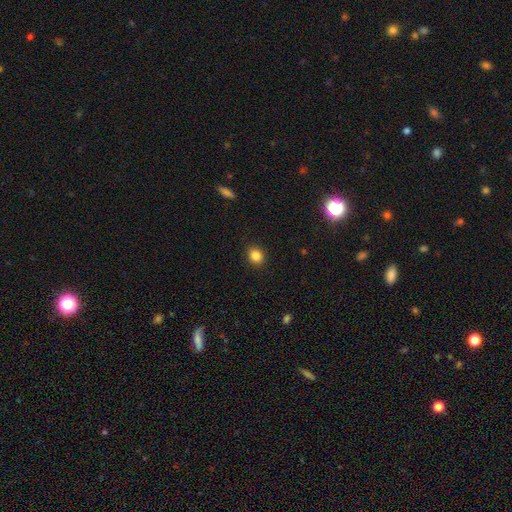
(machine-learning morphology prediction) Smooth or featured?
  - smooth: 85% *
  - star or artifact: 11%
  - featured or disk: 4%
How rounded?
  - round: 64% *
  - in between: 35%
  - cigar-shaped: 1%
Merging?
  - none: 90% *
  - minor disturbance: 7%
  - major disturbance: 2%
  - merger: 1%